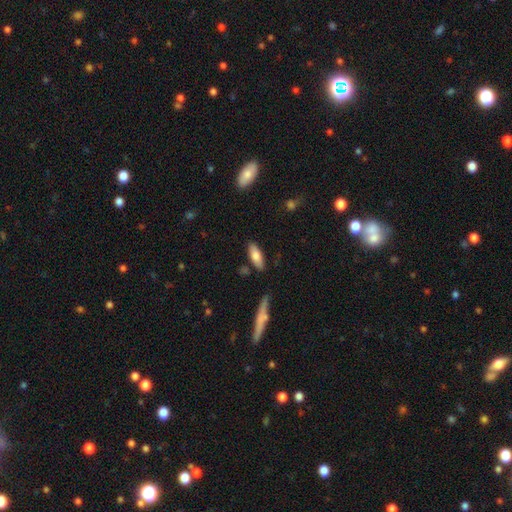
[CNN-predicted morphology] Smooth or featured?
  - smooth: 76% *
  - featured or disk: 18%
  - star or artifact: 6%
How rounded?
  - in between: 73% *
  - cigar-shaped: 25%
  - round: 2%
Merging?
  - none: 84% *
  - minor disturbance: 11%
  - merger: 3%
  - major disturbance: 2%